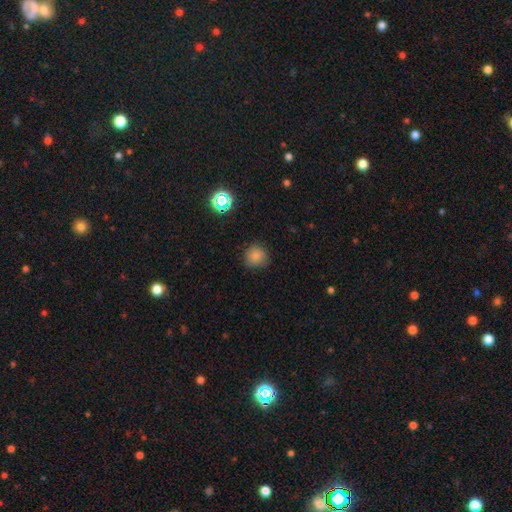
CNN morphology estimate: This is clearly a smooth galaxy (80%). How rounded: clearly round (92%). Merging: clearly none (84%).